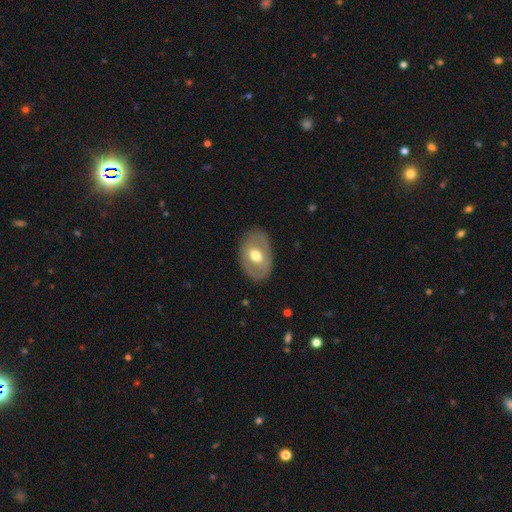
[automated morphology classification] This appears to be a smooth galaxy with no disk features (48%). Merging: none (81%).